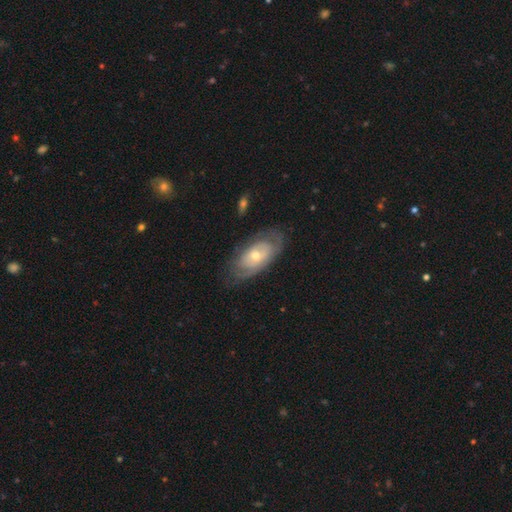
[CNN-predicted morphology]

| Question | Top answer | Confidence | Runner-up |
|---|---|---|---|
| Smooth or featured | featured or disk | 68% | smooth (26%) |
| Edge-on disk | no | 90% | yes (10%) |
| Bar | no | 80% | weak (16%) |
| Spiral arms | yes | 67% | no (33%) |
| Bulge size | moderate | 52% | small (44%) |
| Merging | none | 70% | minor disturbance (20%) |